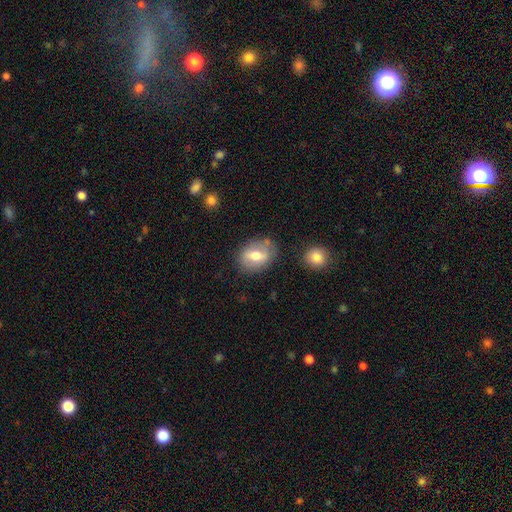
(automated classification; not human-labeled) smooth_or_featured: smooth (p=0.56) [alt: featured or disk p=0.37]
how_rounded: in between (p=0.67) [alt: round p=0.31]
merging: none (p=0.74) [alt: minor disturbance p=0.17]